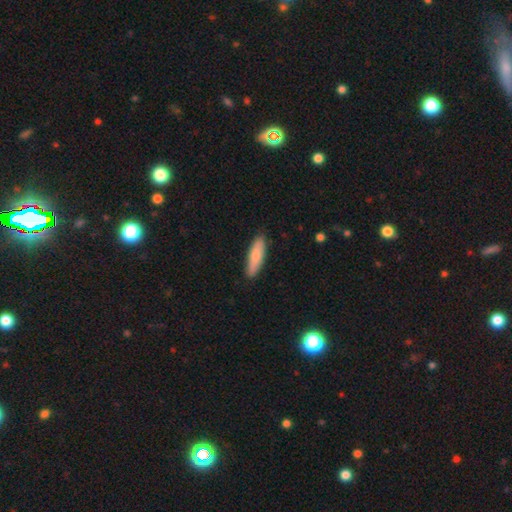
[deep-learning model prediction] Overall: smooth (80%). How rounded: cigar-shaped (65%; in between 34%). Merging: none (88%).